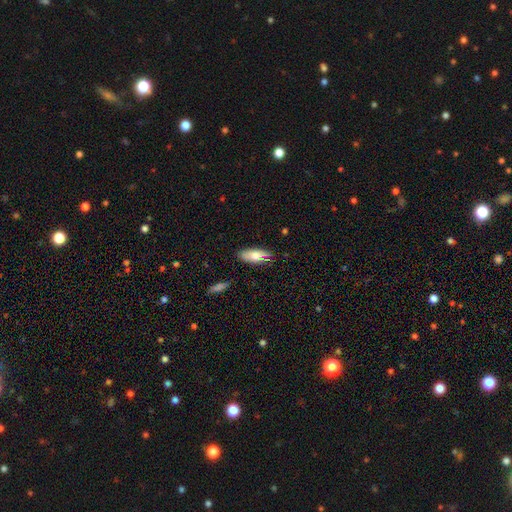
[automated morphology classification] Smooth or featured? Predicted: smooth (p=0.75). How rounded? Predicted: in between (p=0.72). Merging? Predicted: none (p=0.80).